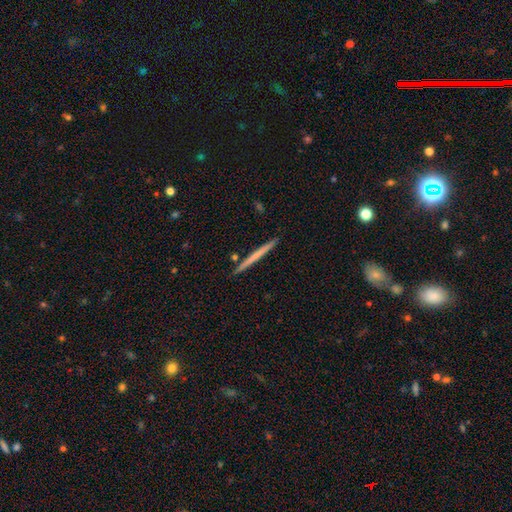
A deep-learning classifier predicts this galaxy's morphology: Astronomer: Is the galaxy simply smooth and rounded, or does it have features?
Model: smooth — 53% (runner-up: featured or disk, 42%).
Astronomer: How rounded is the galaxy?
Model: cigar-shaped — 97%.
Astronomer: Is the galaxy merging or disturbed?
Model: none — 92%.